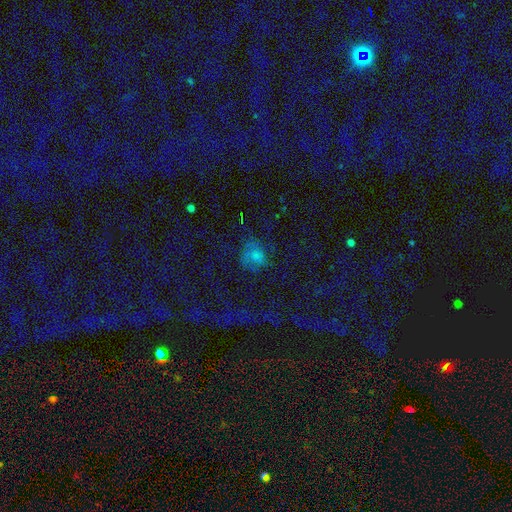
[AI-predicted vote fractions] This is possibly a smooth galaxy (47%). Merging: possibly none (51%).